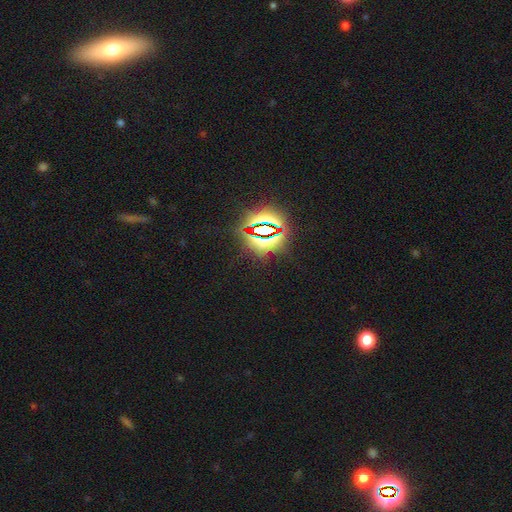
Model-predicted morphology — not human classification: star or artifact 78%, smooth 12%, featured or disk 10%.